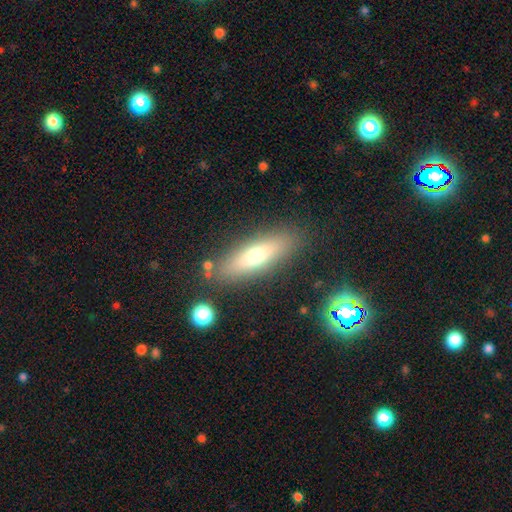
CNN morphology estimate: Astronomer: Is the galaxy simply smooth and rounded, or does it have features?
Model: smooth — 58%.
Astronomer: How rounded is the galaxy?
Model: cigar-shaped — 59% (runner-up: in between, 38%).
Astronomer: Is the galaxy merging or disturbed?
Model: none — 83%.